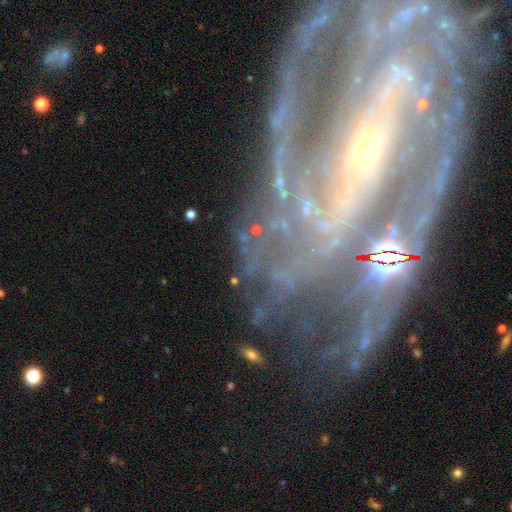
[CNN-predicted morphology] smooth_or_featured: featured or disk (p=0.86) [alt: star or artifact p=0.09]
disk_edge_on: no (p=0.95) [alt: yes p=0.05]
bar: strong (p=0.47) [alt: weak p=0.28]
has_spiral_arms: yes (p=0.94) [alt: no p=0.06]
spiral_winding: medium (p=0.41) [alt: tight p=0.40]
spiral_arm_count: 2 (p=0.38) [alt: can't tell p=0.19]
bulge_size: small (p=0.77) [alt: moderate p=0.17]
merging: none (p=0.56) [alt: major disturbance p=0.20]